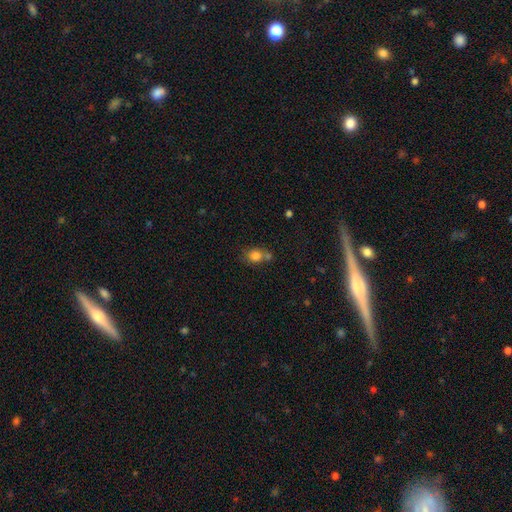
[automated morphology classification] Q: Smooth or featured?
A: smooth (81%); runner-up: star or artifact (11%)
Q: How rounded?
A: round (62%); runner-up: in between (37%)
Q: Merging?
A: none (50%); runner-up: merger (30%)